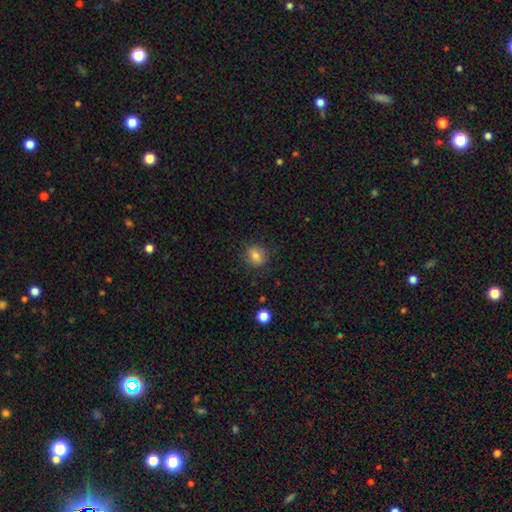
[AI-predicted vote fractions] Smooth or featured? smooth (79%)
How rounded? round (62%)
Merging? none (85%)